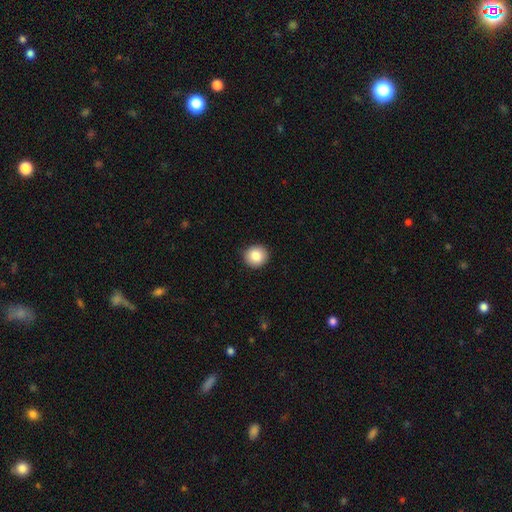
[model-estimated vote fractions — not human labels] A smooth galaxy with no disk features (86%) that is round (90%). Merging: none (92%).